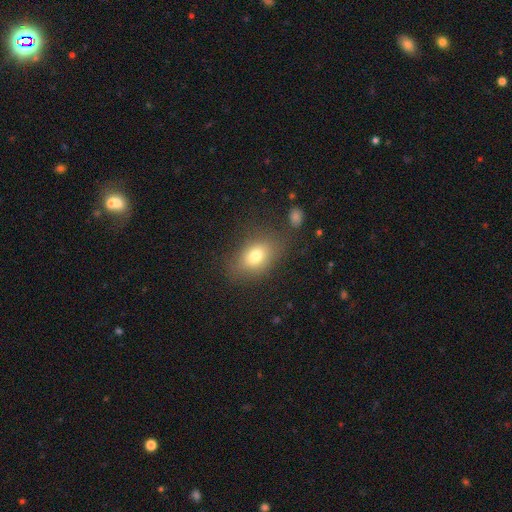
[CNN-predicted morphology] smooth 76%, featured or disk 13%, star or artifact 11%. Down the decision tree: how rounded — in between (75%); merging — none (73%).